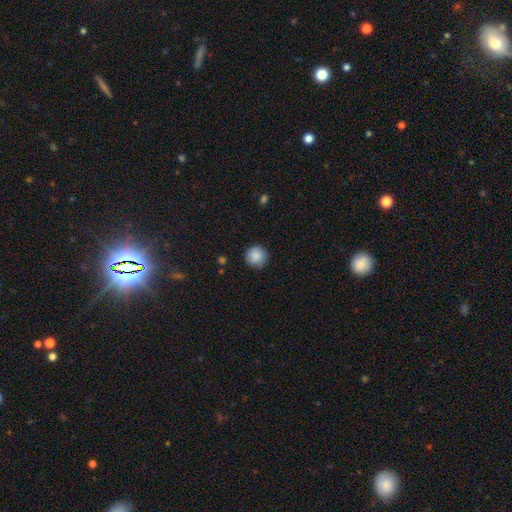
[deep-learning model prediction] This appears to be a smooth galaxy with no disk features (87%) that is round (95%). Merging: none (89%).